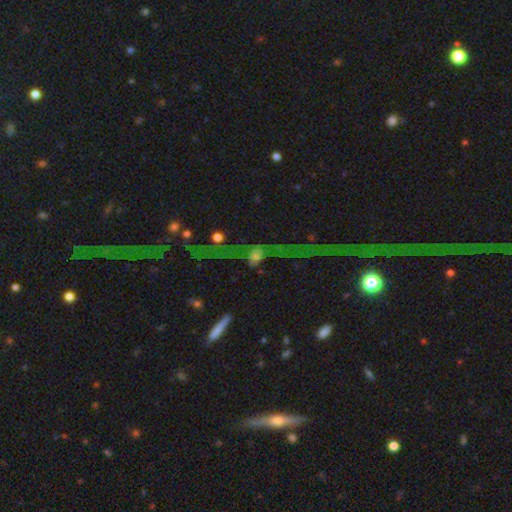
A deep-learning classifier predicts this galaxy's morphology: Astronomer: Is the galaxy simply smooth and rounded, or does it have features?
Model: featured or disk — 47% (runner-up: smooth, 33%).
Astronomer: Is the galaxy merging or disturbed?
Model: none — 38% (runner-up: major disturbance, 32%).